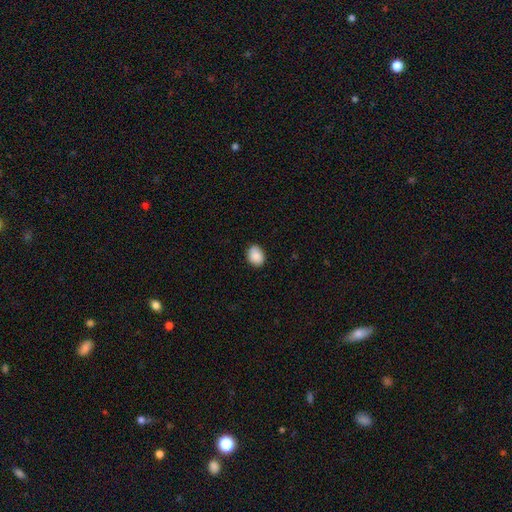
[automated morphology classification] A smooth galaxy with no disk features (89%) that is in between round and cigar-shaped (64%).

Vote fractions:
- Smooth or featured? smooth: 89% / star or artifact: 7% / featured or disk: 4%
- How rounded? in between: 64% / round: 35% / cigar-shaped: 1%
- Merging? none: 85% / minor disturbance: 12% / major disturbance: 2% / merger: 1%